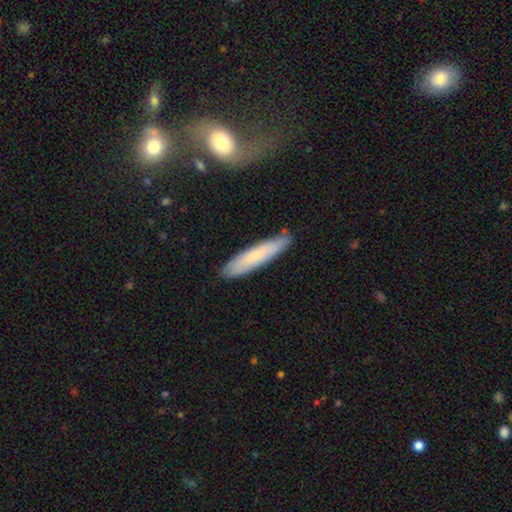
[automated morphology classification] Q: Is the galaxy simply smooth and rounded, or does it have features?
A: smooth — 66%.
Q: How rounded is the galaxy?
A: cigar-shaped — 83%.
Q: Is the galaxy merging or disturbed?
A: none — 82%.